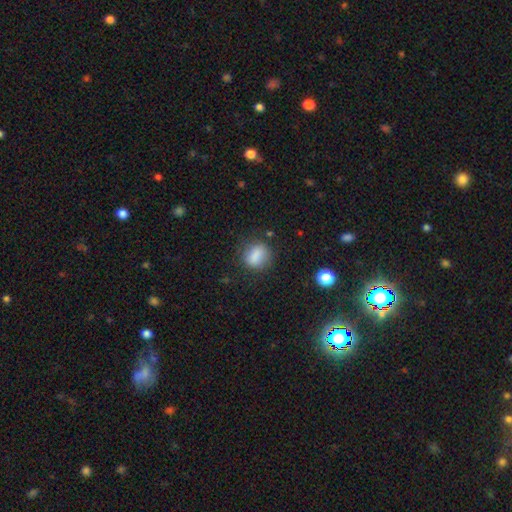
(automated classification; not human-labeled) smooth 84%, star or artifact 10%, featured or disk 6%. Down the decision tree: how rounded — round (51%); merging — none (72%).